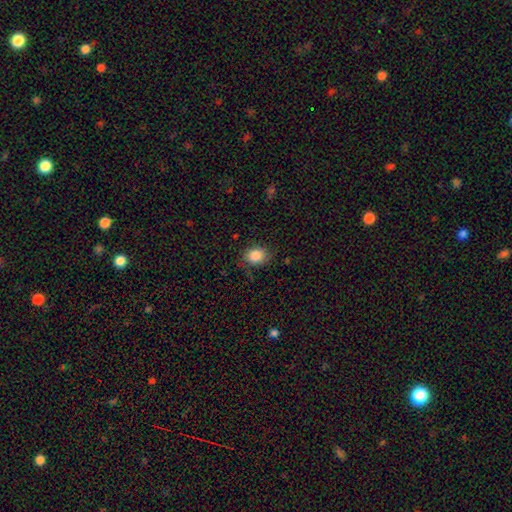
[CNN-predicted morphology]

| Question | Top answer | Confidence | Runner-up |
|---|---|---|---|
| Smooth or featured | smooth | 85% | star or artifact (9%) |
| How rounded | in between | 53% | round (46%) |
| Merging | none | 80% | minor disturbance (15%) |